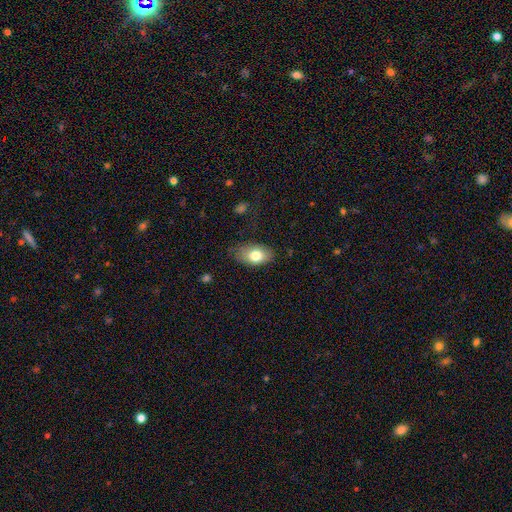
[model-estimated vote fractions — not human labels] A smooth galaxy with no disk features (77%) that is in between round and cigar-shaped (90%). Merging: none (72%).